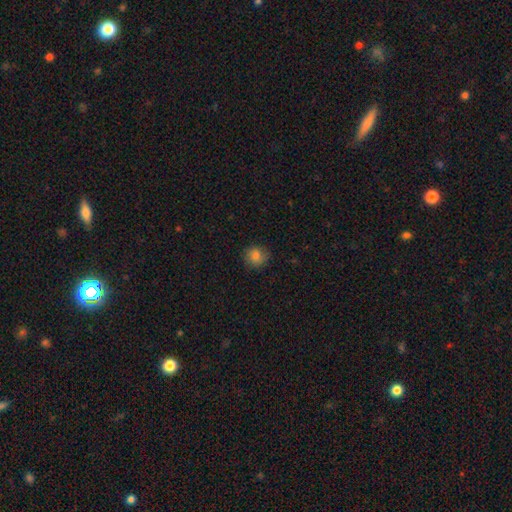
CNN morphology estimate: Smooth or featured?
  - smooth: 83% *
  - star or artifact: 11%
  - featured or disk: 6%
How rounded?
  - round: 85% *
  - in between: 14%
  - cigar-shaped: 1%
Merging?
  - none: 85% *
  - minor disturbance: 11%
  - major disturbance: 2%
  - merger: 1%